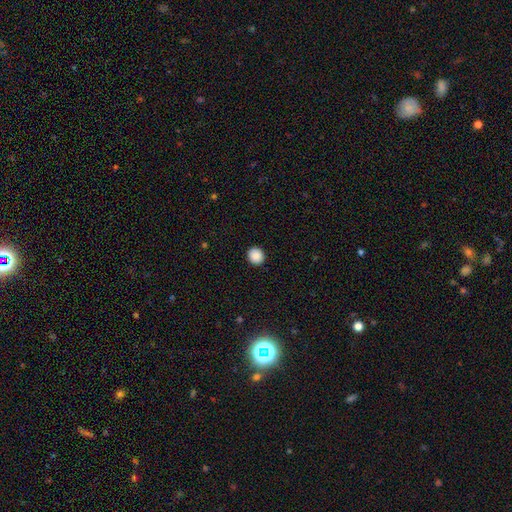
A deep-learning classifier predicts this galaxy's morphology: smooth-or-featured: smooth: 89% | star or artifact: 9% | featured or disk: 2%
  how-rounded: round: 87% | in between: 12% | cigar-shaped: 1%
  merging: none: 92% | minor disturbance: 5% | major disturbance: 2% | merger: 1%